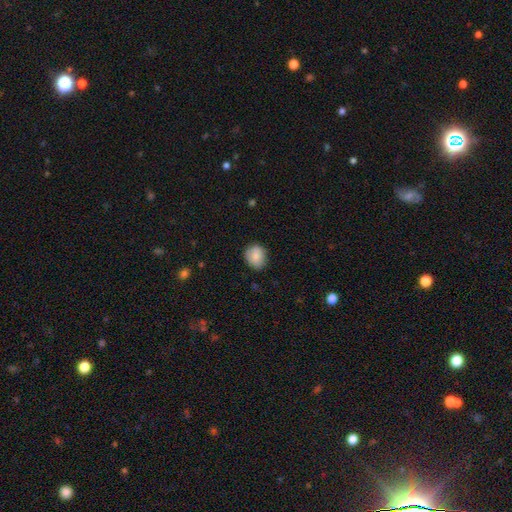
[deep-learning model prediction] Smooth or featured: smooth — 83% (featured or disk — 9%)
How rounded: round — 61% (in between — 38%)
Merging: none — 81% (minor disturbance — 15%)